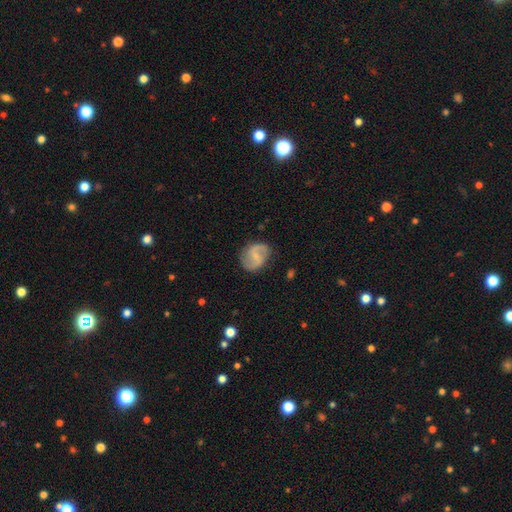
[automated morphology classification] Smooth or featured?
  - featured or disk: 74% *
  - smooth: 20%
  - star or artifact: 6%
Edge-on disk?
  - no: 98% *
  - yes: 2%
Bar?
  - weak: 53% *
  - no: 28%
  - strong: 19%
Spiral arms?
  - yes: 93% *
  - no: 7%
Spiral winding?
  - medium: 46% *
  - loose: 38%
  - tight: 16%
Spiral arm count?
  - 2: 90% *
  - can't tell: 5%
  - 1: 2%
  - 3: 1%
  - 4: 1%
  - more than 4: 1%
Bulge size?
  - small: 58% *
  - none: 21%
  - moderate: 19%
  - large: 1%
  - dominant: 1%
Merging?
  - none: 79% *
  - minor disturbance: 15%
  - major disturbance: 5%
  - merger: 1%